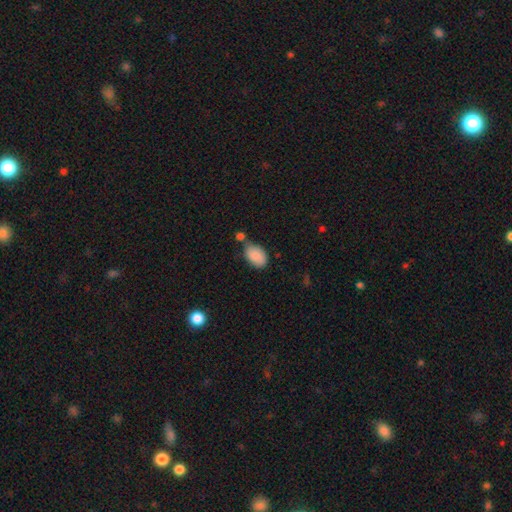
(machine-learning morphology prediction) Smooth or featured? smooth (87%)
How rounded? in between (89%)
Merging? none (52%)